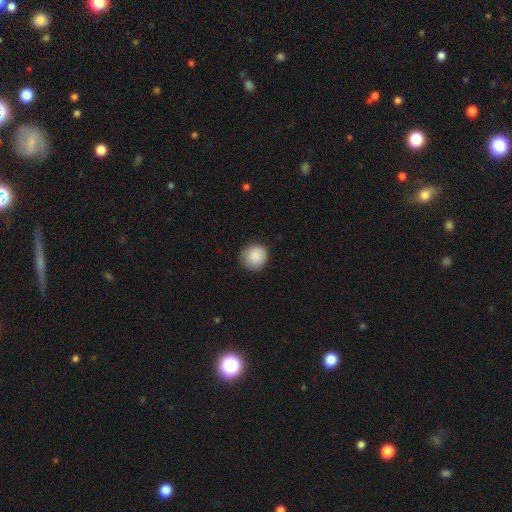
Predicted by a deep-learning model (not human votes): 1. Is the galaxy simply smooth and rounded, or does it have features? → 89% smooth, 7% star or artifact, 4% featured or disk.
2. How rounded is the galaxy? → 91% round, 8% in between, 1% cigar-shaped.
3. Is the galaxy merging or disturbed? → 83% none, 13% minor disturbance, 3% major disturbance, 1% merger.